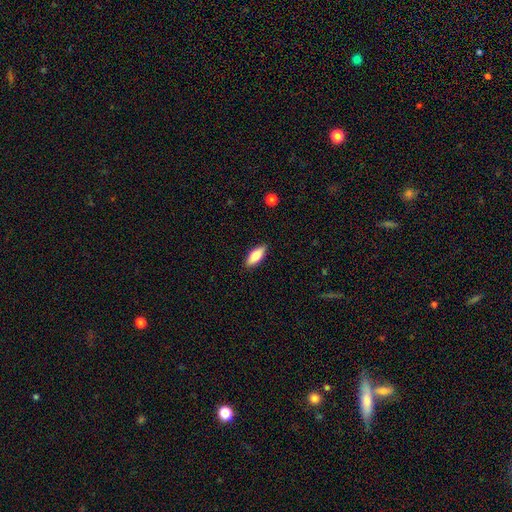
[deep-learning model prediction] Overall: smooth (73%). How rounded: in between (73%). Merging: none (88%).